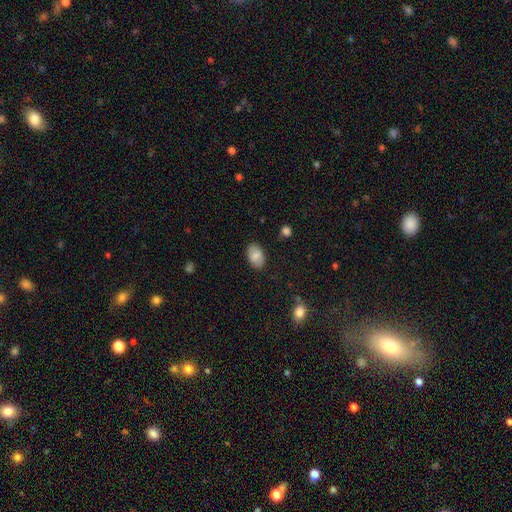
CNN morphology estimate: Smooth or featured? smooth (79%)
How rounded? in between (89%)
Merging? none (85%)